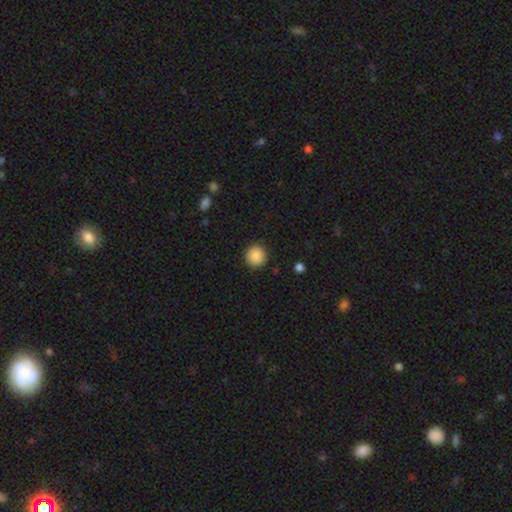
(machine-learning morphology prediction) Q: Smooth or featured?
A: smooth (89%); runner-up: star or artifact (9%)
Q: How rounded?
A: round (95%); runner-up: in between (4%)
Q: Merging?
A: none (92%); runner-up: minor disturbance (5%)